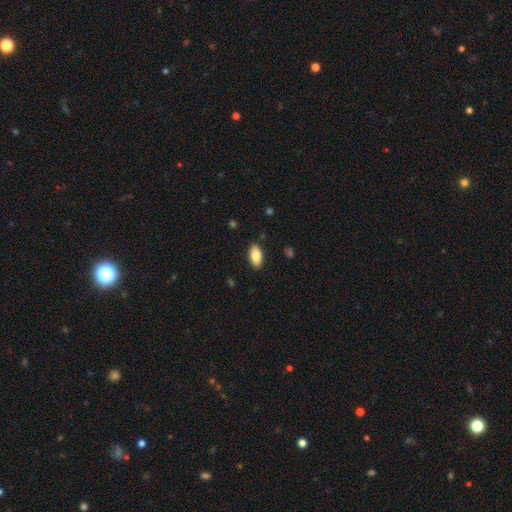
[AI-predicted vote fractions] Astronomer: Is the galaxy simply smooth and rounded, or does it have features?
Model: smooth — 83%.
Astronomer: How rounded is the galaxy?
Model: in between — 93%.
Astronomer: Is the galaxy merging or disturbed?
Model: none — 89%.